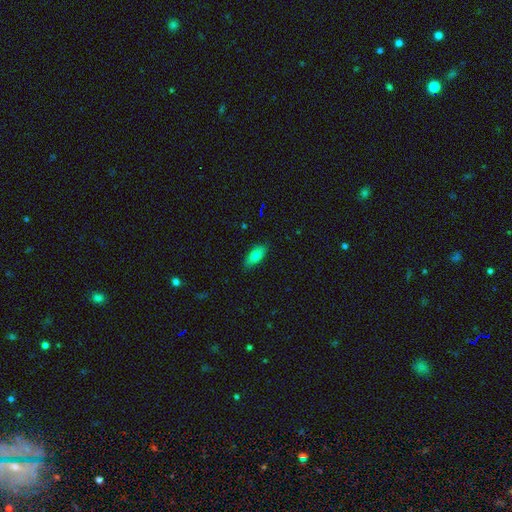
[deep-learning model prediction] Overall: smooth (77%). How rounded: in between (84%). Merging: none (86%).